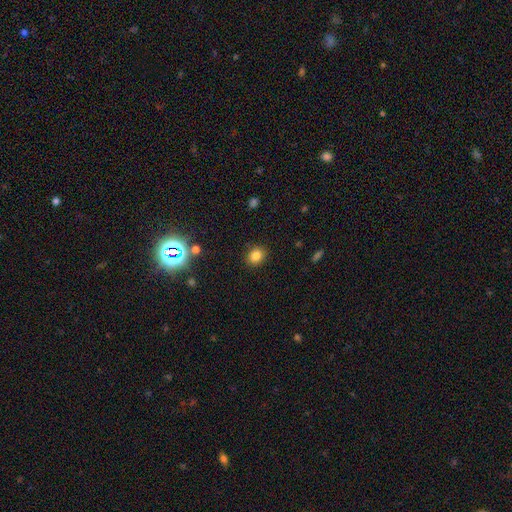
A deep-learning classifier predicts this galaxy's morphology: A smooth galaxy with no disk features (82%) that is round (68%).

Vote fractions:
- Smooth or featured? smooth: 82% / star or artifact: 12% / featured or disk: 6%
- How rounded? round: 68% / in between: 31% / cigar-shaped: 1%
- Merging? none: 89% / minor disturbance: 7% / major disturbance: 2% / merger: 1%